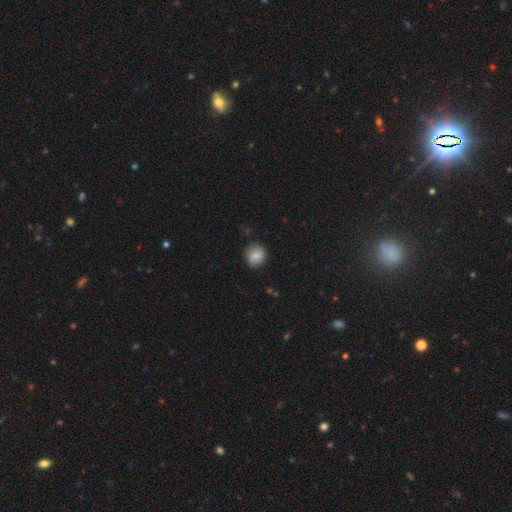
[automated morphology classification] This appears to be a smooth galaxy with no disk features (77%) that is round (81%). Merging: none (79%).